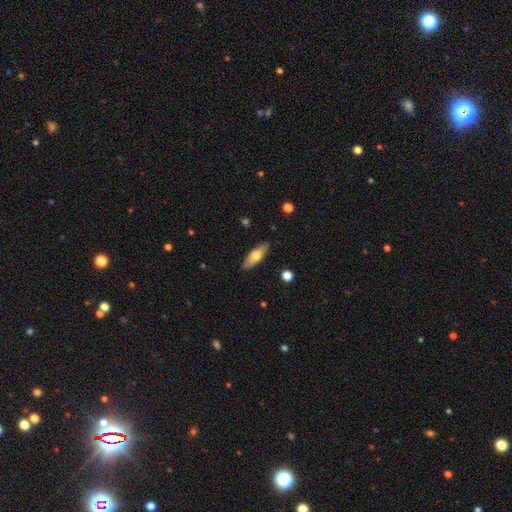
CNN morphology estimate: Smooth or featured? smooth (64%)
How rounded? in between (67%)
Merging? none (86%)